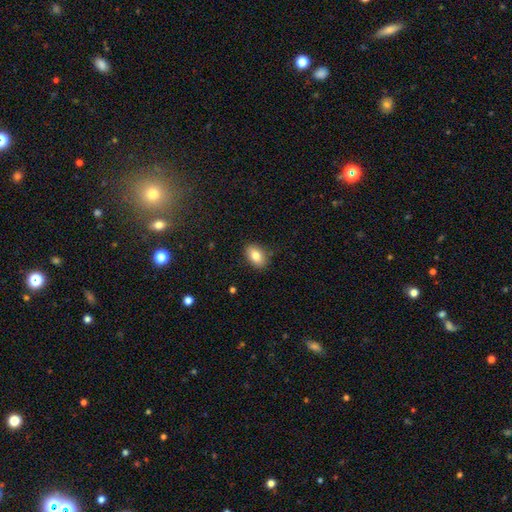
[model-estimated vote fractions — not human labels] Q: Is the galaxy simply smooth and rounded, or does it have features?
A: smooth — 83%.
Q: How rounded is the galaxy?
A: in between — 87%.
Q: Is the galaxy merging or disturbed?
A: none — 84%.